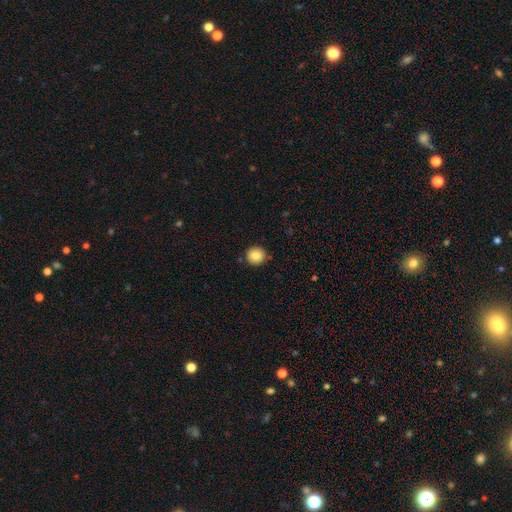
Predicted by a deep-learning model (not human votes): The model was most divided on "smooth or featured": smooth: 86%, star or artifact: 9%, featured or disk: 5%. More confident: how rounded — round (93%); merging — none (88%).